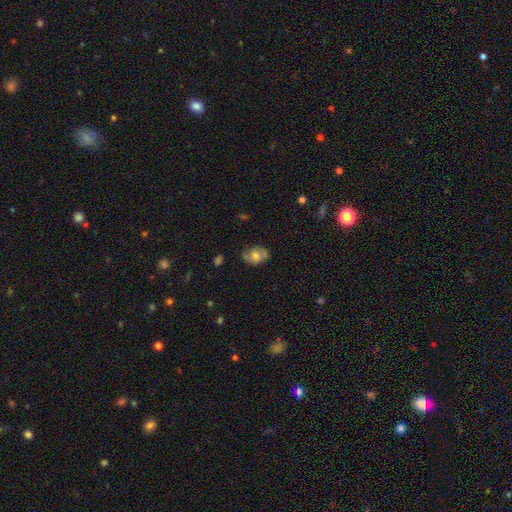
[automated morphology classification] A smooth galaxy with no disk features (46%). Merging: none (68%).